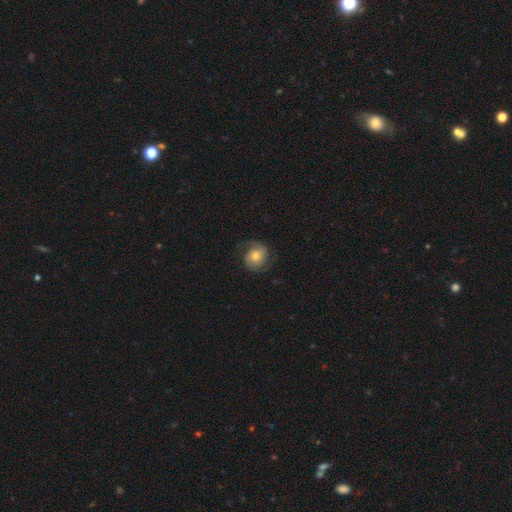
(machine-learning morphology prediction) Overall: featured or disk (65%; smooth 27%). Edge-on disk: no (98%). Bar: no (71%). Spiral arms: yes (92%). Spiral arm count: 2 (87%). Spiral winding: medium (44%; tight 32%). Bulge size: moderate (63%; small 26%). Merging: none (76%).